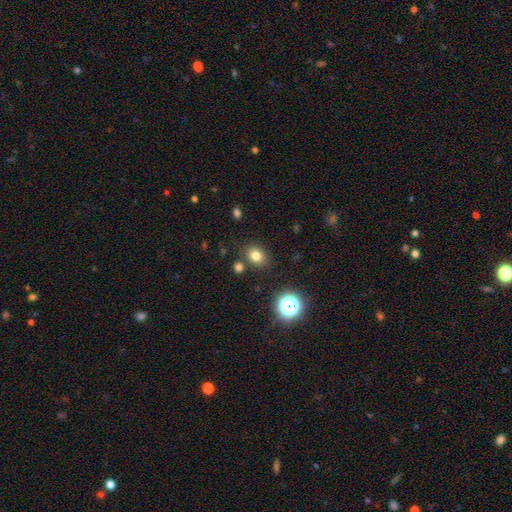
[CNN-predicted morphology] A smooth galaxy with no disk features (77%) that is round (54%).

Vote fractions:
- Smooth or featured? smooth: 77% / star or artifact: 15% / featured or disk: 7%
- How rounded? round: 54% / in between: 45% / cigar-shaped: 1%
- Merging? none: 82% / minor disturbance: 10% / merger: 5% / major disturbance: 3%